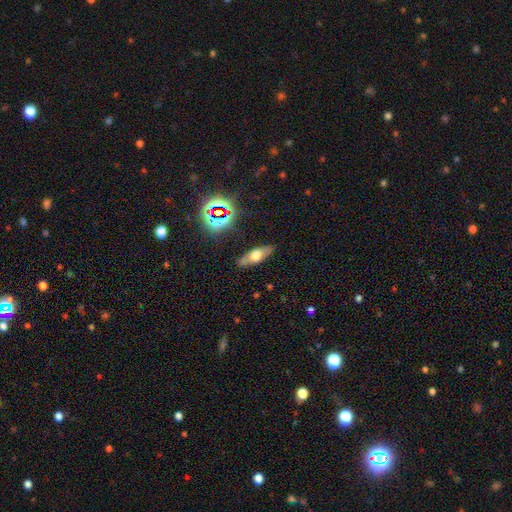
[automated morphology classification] This appears to be a smooth galaxy with no disk features (51%) that is in between round and cigar-shaped (60%). Merging: none (85%).